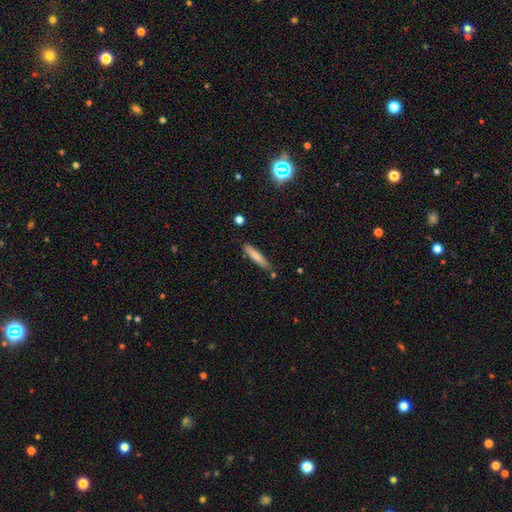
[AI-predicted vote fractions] Q: Smooth or featured?
A: smooth (76%); runner-up: featured or disk (18%)
Q: How rounded?
A: cigar-shaped (90%); runner-up: in between (9%)
Q: Merging?
A: none (81%); runner-up: minor disturbance (13%)